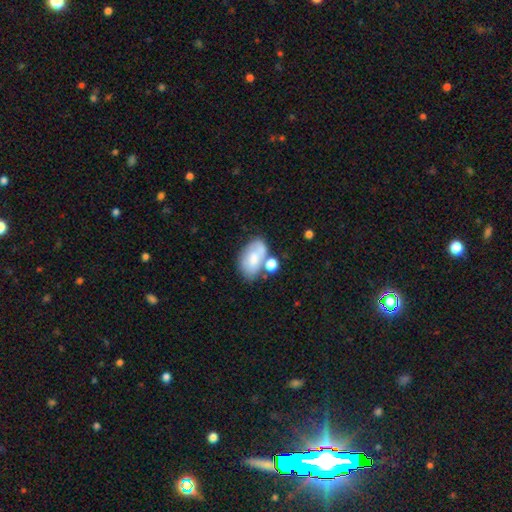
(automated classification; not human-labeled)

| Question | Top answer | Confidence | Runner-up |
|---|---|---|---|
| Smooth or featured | smooth | 62% | featured or disk (30%) |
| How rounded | in between | 90% | round (9%) |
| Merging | none | 42% | merger (27%) |